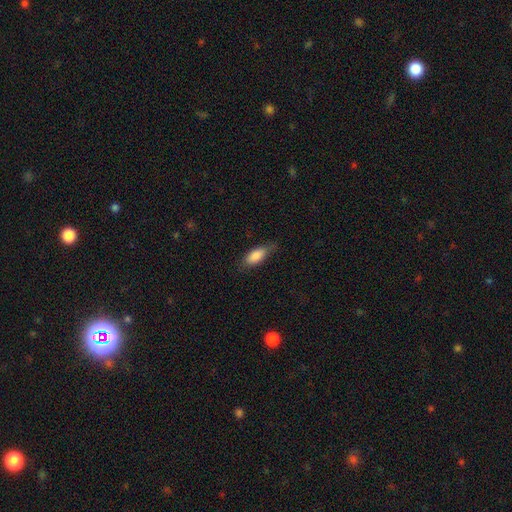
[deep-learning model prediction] The model was most divided on "merging": none: 62%, minor disturbance: 29%, major disturbance: 7%, merger: 1%. More confident: smooth or featured — smooth (84%); how rounded — in between (82%).